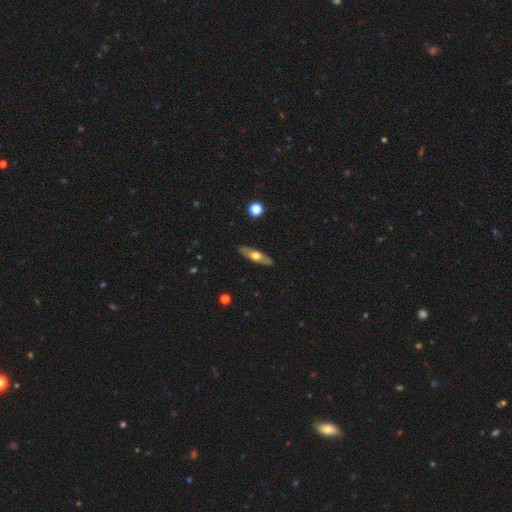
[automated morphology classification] smooth-or-featured: featured or disk: 49% | smooth: 45% | star or artifact: 6%
  merging: none: 89% | minor disturbance: 9% | major disturbance: 2% | merger: 1%